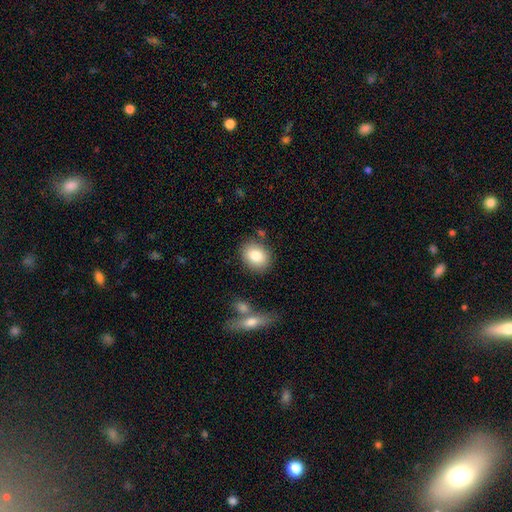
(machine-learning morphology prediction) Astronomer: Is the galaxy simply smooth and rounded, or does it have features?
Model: smooth — 82%.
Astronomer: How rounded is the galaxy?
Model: round — 52% (runner-up: in between, 47%).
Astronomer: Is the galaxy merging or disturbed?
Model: none — 81%.